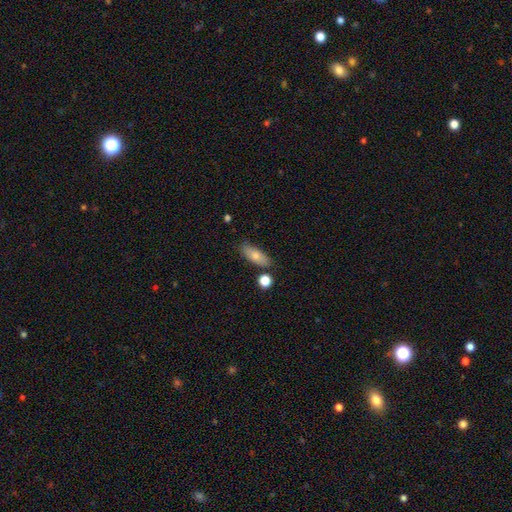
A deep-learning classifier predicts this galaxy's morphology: This is likely a smooth galaxy (75%). How rounded: likely in between (74%). Merging: likely none (75%).